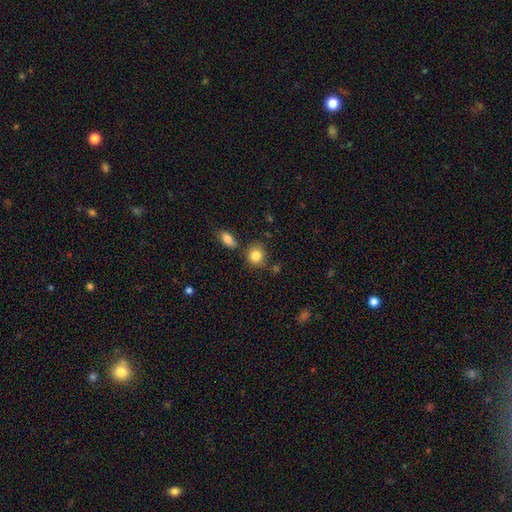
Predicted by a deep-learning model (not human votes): smooth_or_featured: smooth (p=0.83) [alt: star or artifact p=0.09]
how_rounded: round (p=0.81) [alt: in between p=0.18]
merging: none (p=0.75) [alt: minor disturbance p=0.13]